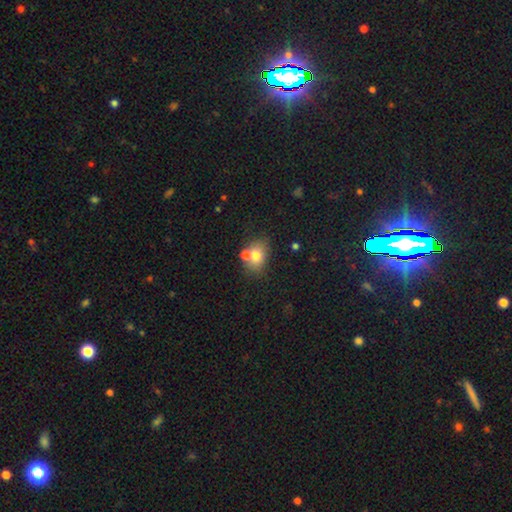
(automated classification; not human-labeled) The model was most divided on "how rounded": in between: 61%, round: 38%, cigar-shaped: 1%. More confident: smooth or featured — smooth (73%); merging — none (56%).